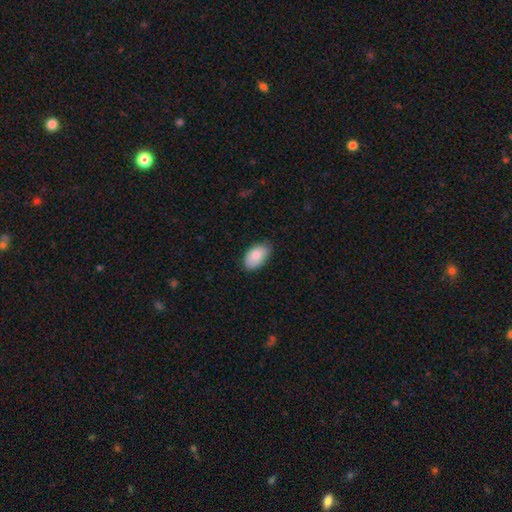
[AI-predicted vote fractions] smooth-or-featured: smooth: 83% | featured or disk: 11% | star or artifact: 6%
  how-rounded: in between: 94% | round: 5% | cigar-shaped: 1%
  merging: none: 75% | minor disturbance: 21% | major disturbance: 3% | merger: 1%